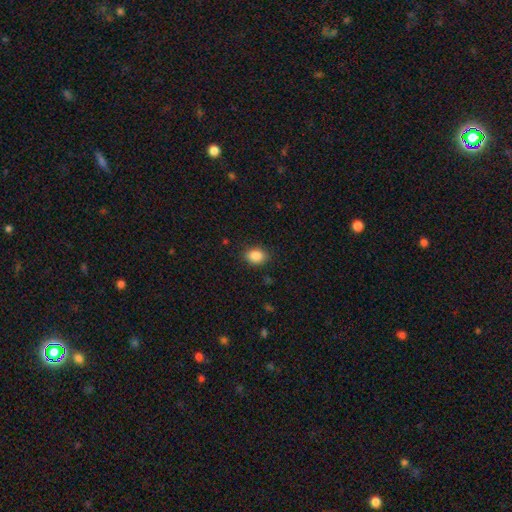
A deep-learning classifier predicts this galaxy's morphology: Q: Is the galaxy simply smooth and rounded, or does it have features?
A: smooth — 87%.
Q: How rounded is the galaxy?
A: in between — 64%.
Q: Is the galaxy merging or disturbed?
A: none — 87%.